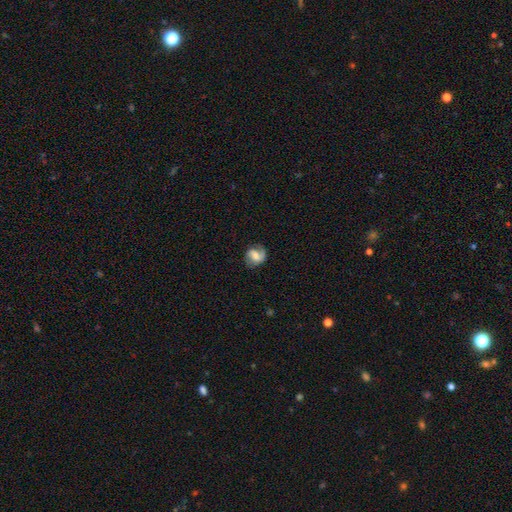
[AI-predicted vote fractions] A featured or disk galaxy (62%) with a weak bar (46%), 2 (80%) medium (45%) spiral arms (90%) and a moderate central bulge (46%).

Vote fractions:
- Smooth or featured? featured or disk: 62% / smooth: 30% / star or artifact: 8%
- Edge-on disk? no: 97% / yes: 3%
- Bar? weak: 46% / no: 33% / strong: 20%
- Spiral arms? yes: 90% / no: 10%
- Spiral winding? medium: 45% / loose: 28% / tight: 27%
- Spiral arm count? 2: 80% / 1: 11% / can't tell: 6% / 3: 1% / 4: 1% / more than 4: 1%
- Bulge size? moderate: 46% / small: 27% / large: 16% / none: 9% / dominant: 2%
- Merging? none: 75% / minor disturbance: 17% / major disturbance: 7% / merger: 1%